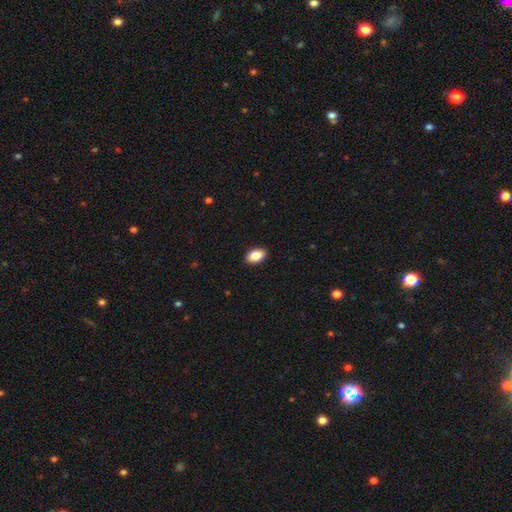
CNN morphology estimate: A smooth galaxy with no disk features (87%) that is in between round and cigar-shaped (92%). Merging: none (91%).